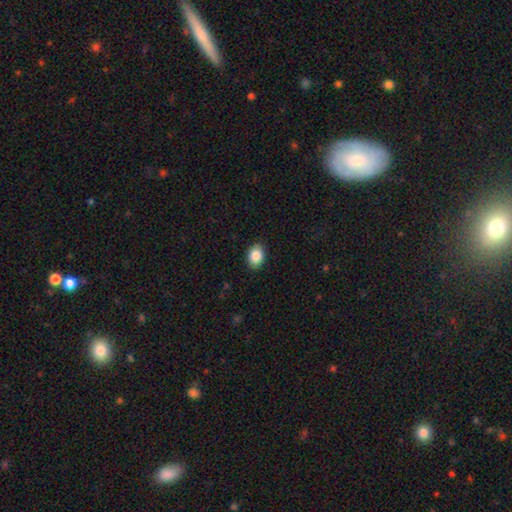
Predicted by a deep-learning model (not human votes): Smooth or featured?
  - smooth: 86% *
  - star or artifact: 8%
  - featured or disk: 6%
How rounded?
  - in between: 75% *
  - round: 24%
  - cigar-shaped: 1%
Merging?
  - none: 88% *
  - minor disturbance: 9%
  - major disturbance: 2%
  - merger: 1%